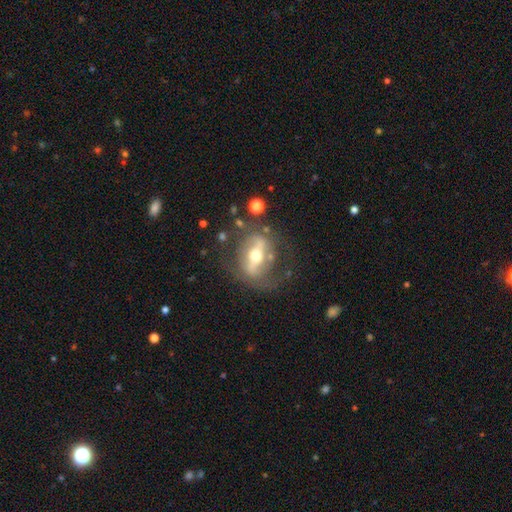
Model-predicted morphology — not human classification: Q: Smooth or featured?
A: featured or disk (76%); runner-up: smooth (17%)
Q: Edge-on disk?
A: no (87%); runner-up: yes (13%)
Q: Bar?
A: strong (64%); runner-up: weak (22%)
Q: Spiral arms?
A: yes (59%); runner-up: no (41%)
Q: Bulge size?
A: moderate (69%); runner-up: small (22%)
Q: Merging?
A: none (62%); runner-up: minor disturbance (18%)